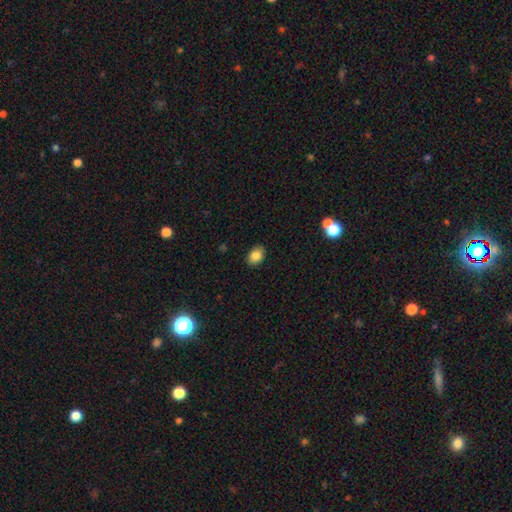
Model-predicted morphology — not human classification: smooth_or_featured: smooth (p=0.86) [alt: star or artifact p=0.09]
how_rounded: in between (p=0.76) [alt: round p=0.23]
merging: none (p=0.87) [alt: minor disturbance p=0.10]